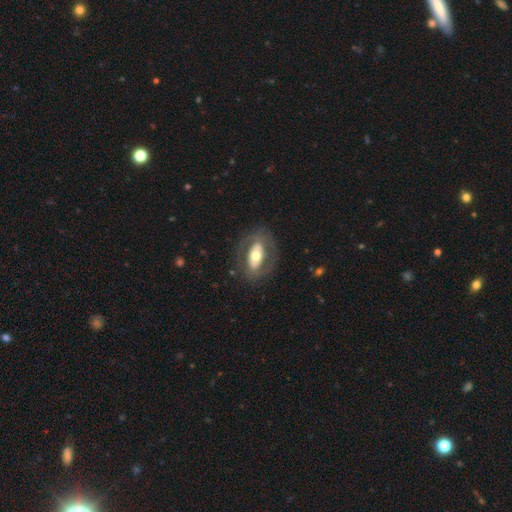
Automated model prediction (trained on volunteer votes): smooth-or-featured: featured or disk: 59% | smooth: 36% | star or artifact: 6%
  disk-edge-on: no: 89% | yes: 11%
    bar: no: 52% | strong: 28% | weak: 20%
    has-spiral-arms: no: 69% | yes: 31%
    bulge-size: moderate: 61% | large: 20% | small: 15% | dominant: 2% | none: 1%
  merging: none: 76% | minor disturbance: 13% | major disturbance: 10% | merger: 1%